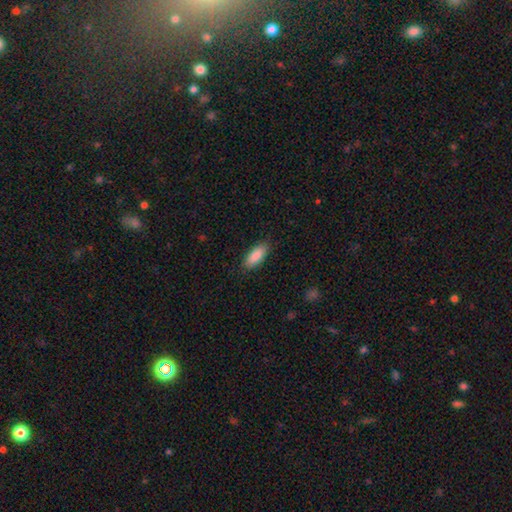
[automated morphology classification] This is clearly a smooth galaxy (89%). How rounded: likely in between (79%). Merging: clearly none (87%).